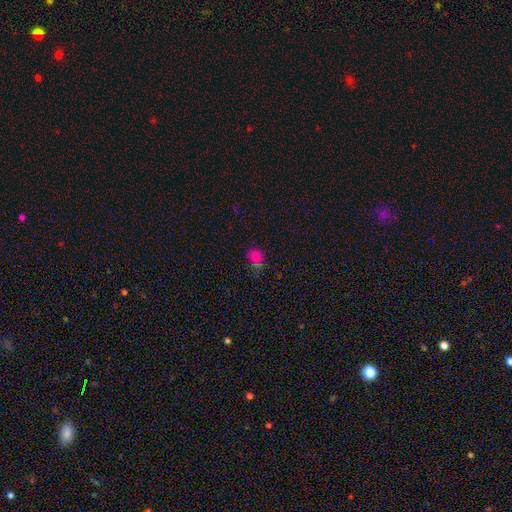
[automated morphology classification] type=smooth (72%); roundness=round (65%); merging=none (57%).